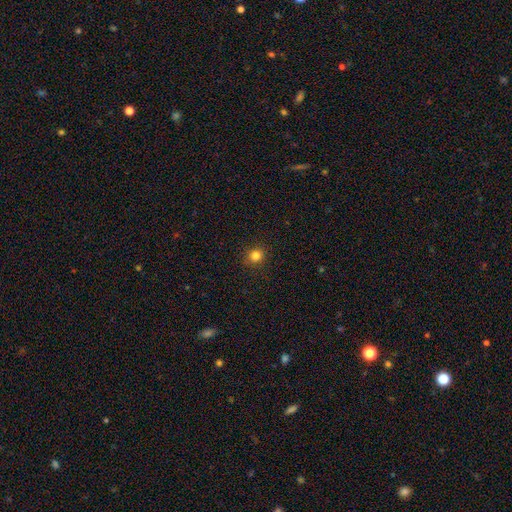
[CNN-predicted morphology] Smooth or featured? Predicted: smooth (p=0.82). How rounded? Predicted: round (p=0.91). Merging? Predicted: none (p=0.91).